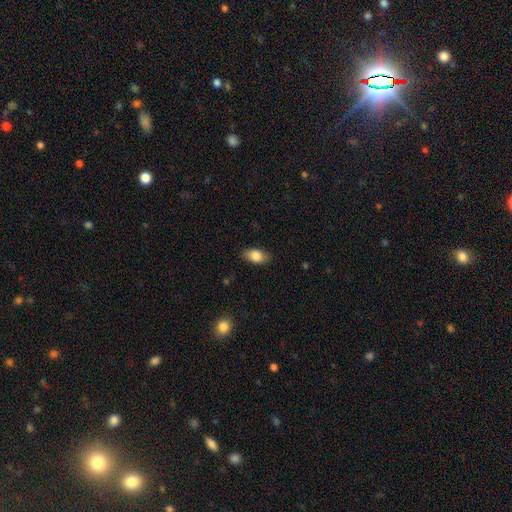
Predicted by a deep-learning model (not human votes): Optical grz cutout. It shows a smooth galaxy with no disk features (84%) that is in between round and cigar-shaped (90%). Merging: none (84%).